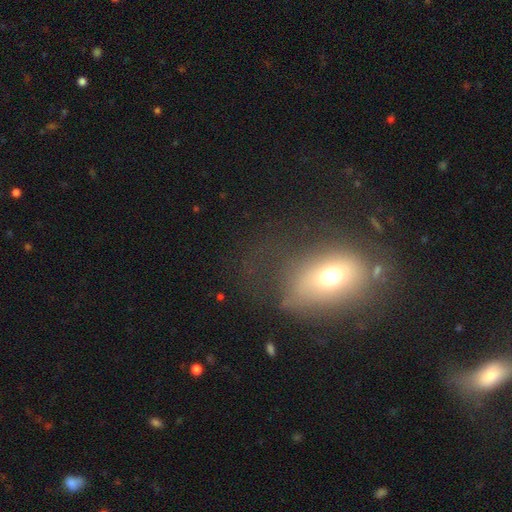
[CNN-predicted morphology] Smooth or featured? Predicted: smooth (p=0.50). How rounded? Predicted: in between (p=0.68). Merging? Predicted: none (p=0.46).